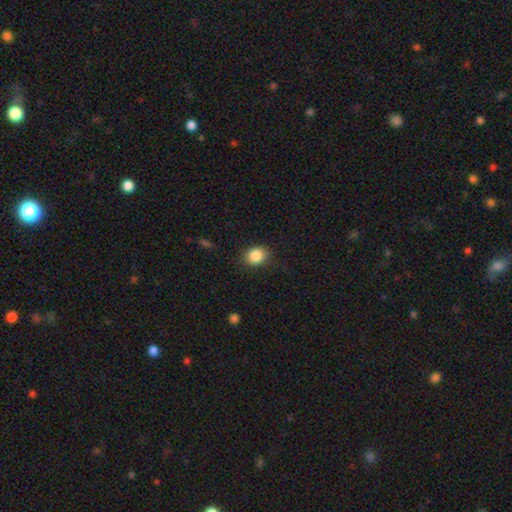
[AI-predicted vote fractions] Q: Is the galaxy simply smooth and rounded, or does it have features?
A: smooth — 86%.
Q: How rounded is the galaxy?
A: round — 60%.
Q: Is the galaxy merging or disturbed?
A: none — 84%.